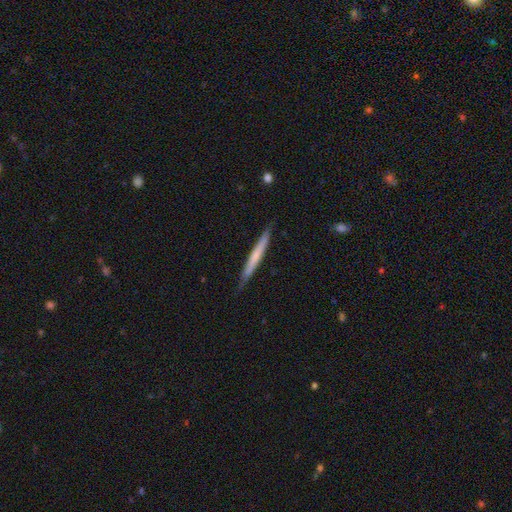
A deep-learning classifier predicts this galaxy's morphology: smooth 54%, featured or disk 41%, star or artifact 5%. Down the decision tree: how rounded — cigar-shaped (97%); merging — none (86%).